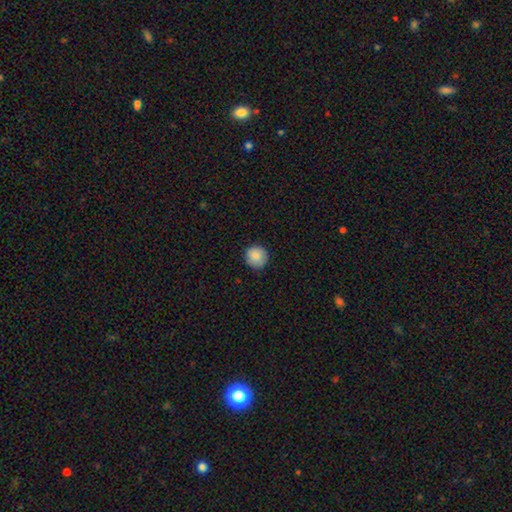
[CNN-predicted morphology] Smooth or featured? Predicted: smooth (p=0.87). How rounded? Predicted: round (p=0.93). Merging? Predicted: none (p=0.88).